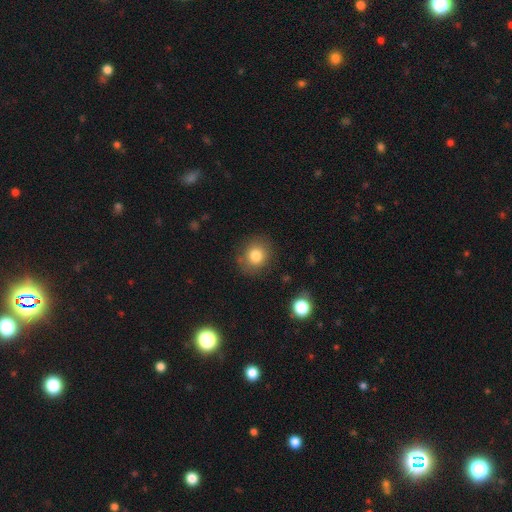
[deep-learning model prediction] smooth 81%, star or artifact 10%, featured or disk 9%. Down the decision tree: how rounded — round (75%); merging — none (83%).